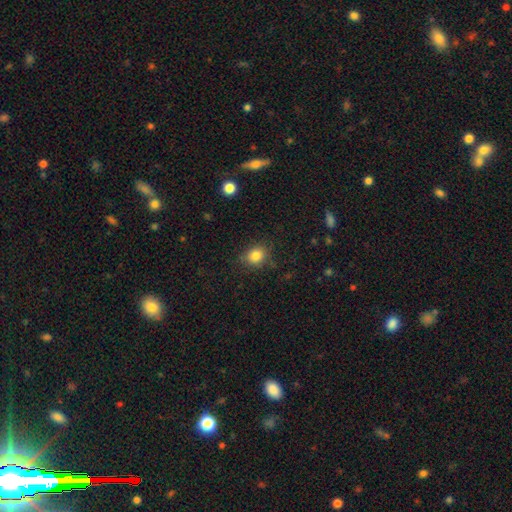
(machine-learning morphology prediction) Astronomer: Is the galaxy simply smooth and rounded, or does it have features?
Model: smooth — 83%.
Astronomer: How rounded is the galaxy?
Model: round — 63%.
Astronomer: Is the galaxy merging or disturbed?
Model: none — 81%.